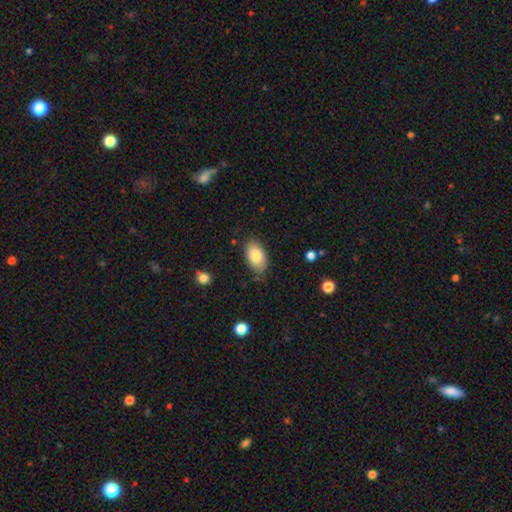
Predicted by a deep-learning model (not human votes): Smooth or featured? smooth (83%)
How rounded? in between (94%)
Merging? none (79%)